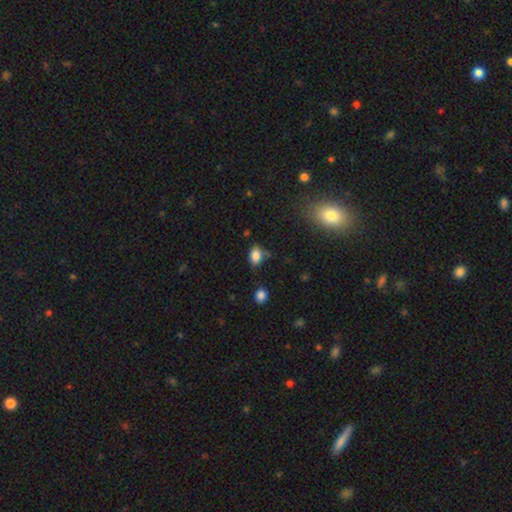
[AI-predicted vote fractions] A smooth galaxy with no disk features (83%) that is in between round and cigar-shaped (83%).

Vote fractions:
- Smooth or featured? smooth: 83% / star or artifact: 10% / featured or disk: 7%
- How rounded? in between: 83% / round: 15% / cigar-shaped: 2%
- Merging? none: 62% / minor disturbance: 25% / merger: 7% / major disturbance: 7%